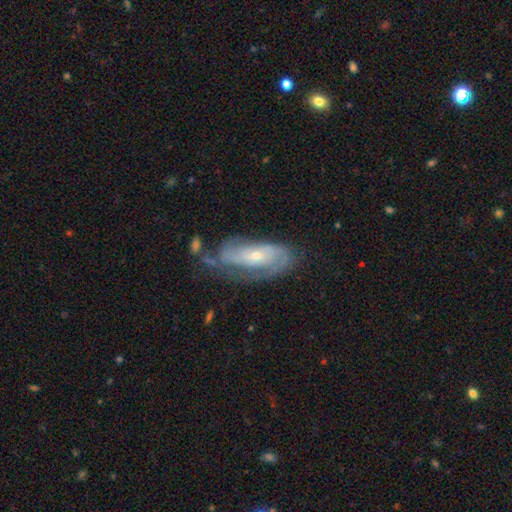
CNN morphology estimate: type=featured or disk (77%); edge-on=no (92%); bar=no (63%); spiral arms=yes (89%); winding=tight (48%); arm count=2 (49%); bulge=small (63%); merging=none (50%).